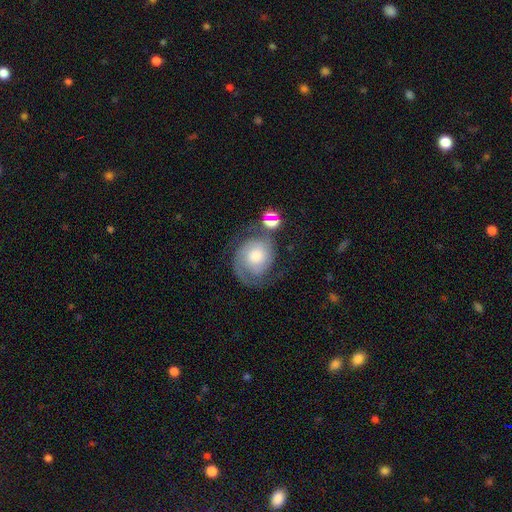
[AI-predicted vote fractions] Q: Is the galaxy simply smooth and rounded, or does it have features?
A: featured or disk — 74%.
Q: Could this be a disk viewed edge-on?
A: no — 98%.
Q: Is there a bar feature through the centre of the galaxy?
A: no — 74%.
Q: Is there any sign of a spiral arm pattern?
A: yes — 93%.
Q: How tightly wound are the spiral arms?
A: tight — 50%.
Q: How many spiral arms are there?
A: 2 — 65%.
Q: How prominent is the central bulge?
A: moderate — 52%.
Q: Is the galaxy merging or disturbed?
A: none — 59%.